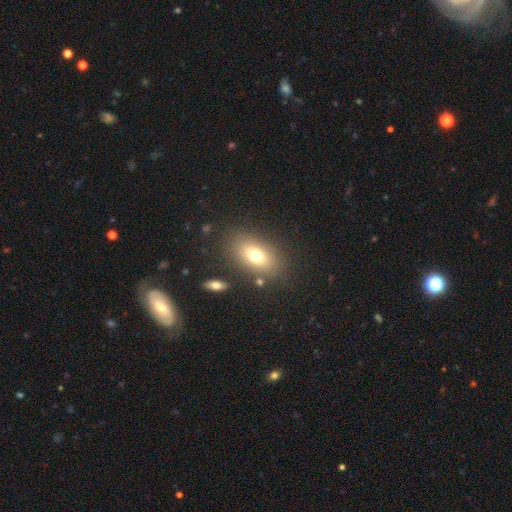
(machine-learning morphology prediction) smooth_or_featured: smooth (p=0.72) [alt: featured or disk p=0.17]
how_rounded: in between (p=0.84) [alt: round p=0.12]
merging: none (p=0.81) [alt: minor disturbance p=0.10]